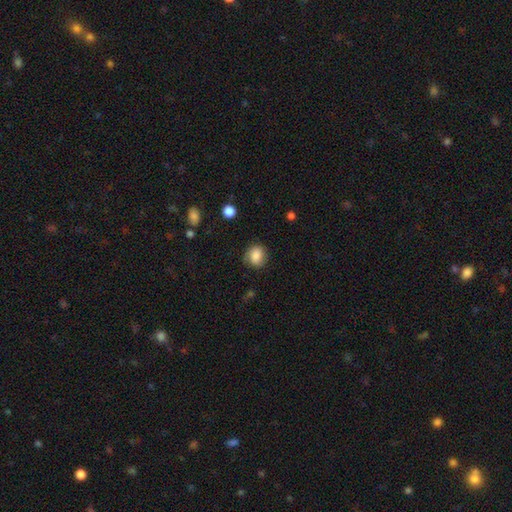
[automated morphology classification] Smooth or featured: smooth — 82% (featured or disk — 9%)
How rounded: round — 68% (in between — 31%)
Merging: none — 75% (minor disturbance — 18%)